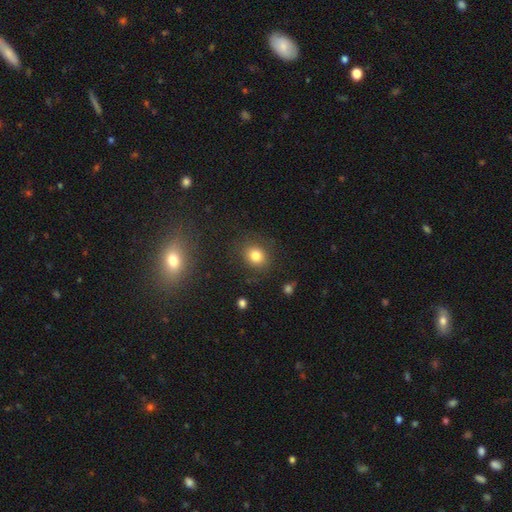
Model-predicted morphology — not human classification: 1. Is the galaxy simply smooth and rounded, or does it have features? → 80% smooth, 12% star or artifact, 8% featured or disk.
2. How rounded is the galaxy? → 68% round, 31% in between, 1% cigar-shaped.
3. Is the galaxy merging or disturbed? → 83% none, 11% minor disturbance, 4% major disturbance, 2% merger.